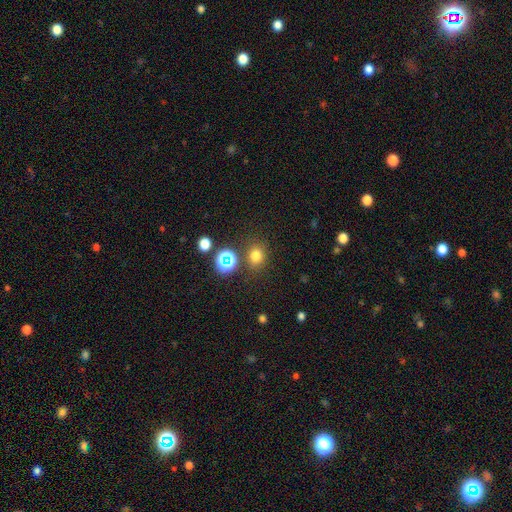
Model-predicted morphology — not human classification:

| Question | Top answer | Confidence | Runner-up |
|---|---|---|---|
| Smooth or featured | smooth | 73% | star or artifact (21%) |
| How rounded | round | 72% | in between (27%) |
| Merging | none | 81% | minor disturbance (10%) |